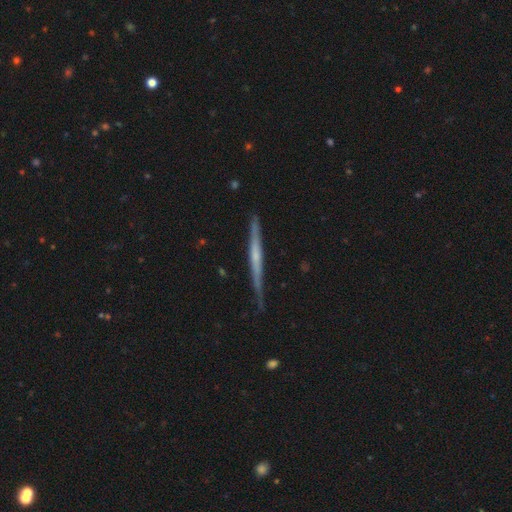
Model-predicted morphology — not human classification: Smooth or featured? Predicted: featured or disk (p=0.64). Edge-on disk? Predicted: yes (p=0.97). Edge-on bulge? Predicted: none (p=0.59). Merging? Predicted: none (p=0.82).